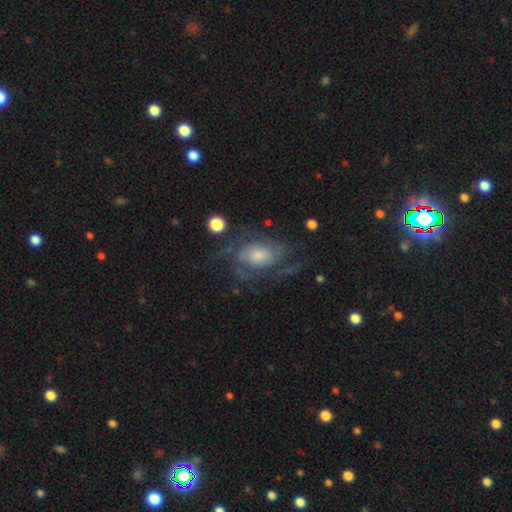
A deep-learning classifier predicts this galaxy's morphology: The model was most divided on "bulge size": moderate: 39%, small: 37%, large: 15%, none: 6%, dominant: 2%. Remaining: edge-on disk — no (96%); spiral arms — yes (90%); smooth or featured — featured or disk (79%); bar — no (69%); merging — none (59%); spiral winding — medium (44%); spiral arm count — 2 (32%).